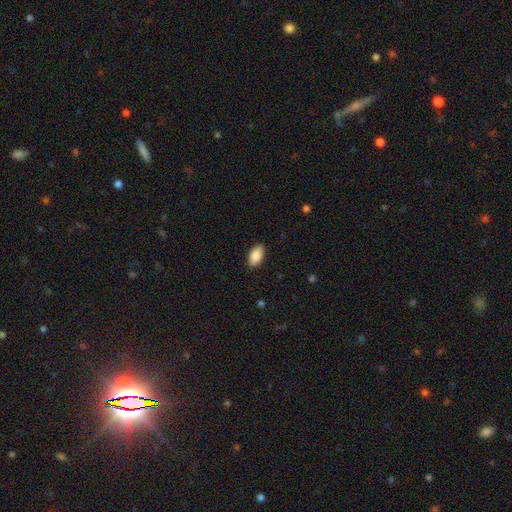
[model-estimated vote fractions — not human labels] This appears to be a smooth galaxy with no disk features (89%) that is in between round and cigar-shaped (94%). Merging: none (88%).